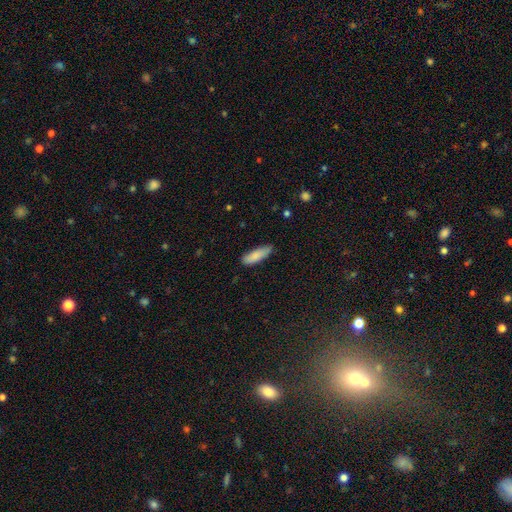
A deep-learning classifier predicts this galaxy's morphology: type=smooth (85%); roundness=cigar-shaped (51%); merging=none (75%).